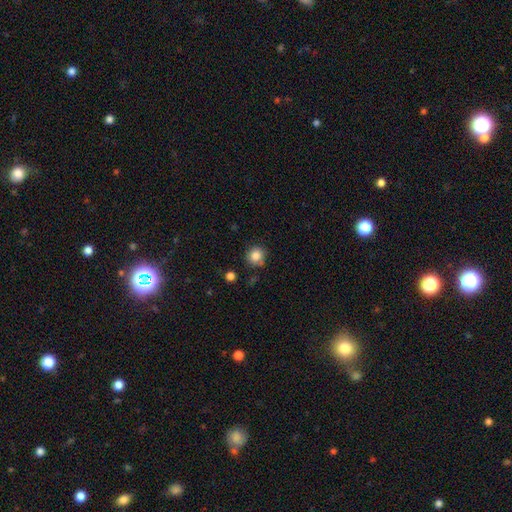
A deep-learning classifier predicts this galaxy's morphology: Smooth or featured?
  - smooth: 85% *
  - star or artifact: 10%
  - featured or disk: 5%
How rounded?
  - round: 90% *
  - in between: 9%
  - cigar-shaped: 1%
Merging?
  - none: 80% *
  - minor disturbance: 13%
  - merger: 4%
  - major disturbance: 3%